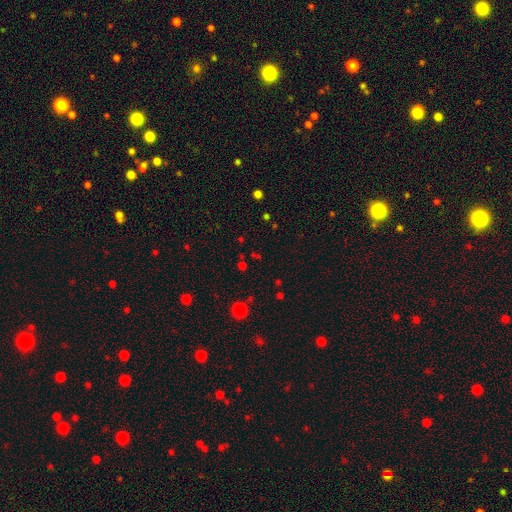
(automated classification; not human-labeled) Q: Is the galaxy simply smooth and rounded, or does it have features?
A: star or artifact — 52%.